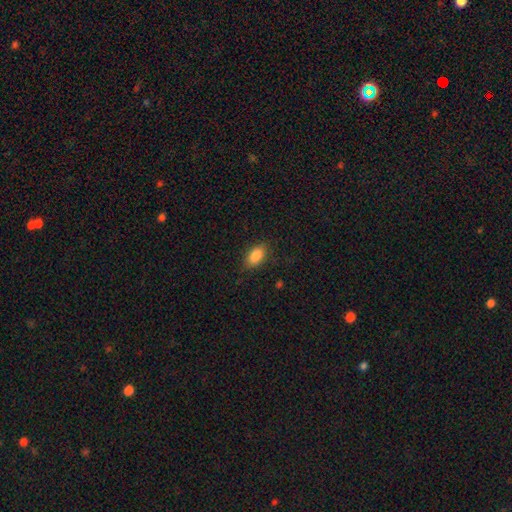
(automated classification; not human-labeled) Smooth or featured? Predicted: smooth (p=0.86). How rounded? Predicted: in between (p=0.90). Merging? Predicted: none (p=0.83).